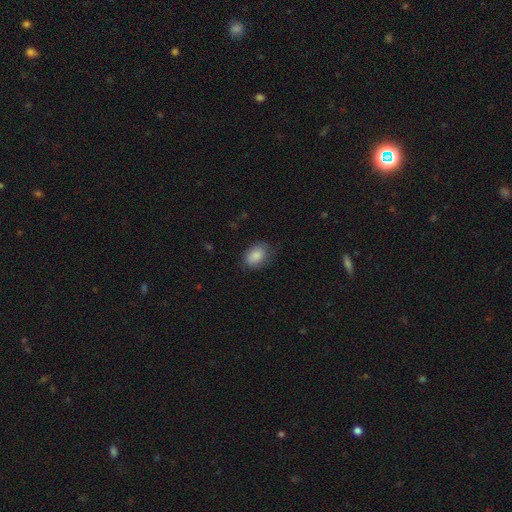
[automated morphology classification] Smooth or featured?
  - smooth: 87% *
  - star or artifact: 7%
  - featured or disk: 7%
How rounded?
  - in between: 84% *
  - round: 15%
  - cigar-shaped: 1%
Merging?
  - none: 72% *
  - minor disturbance: 21%
  - major disturbance: 5%
  - merger: 1%